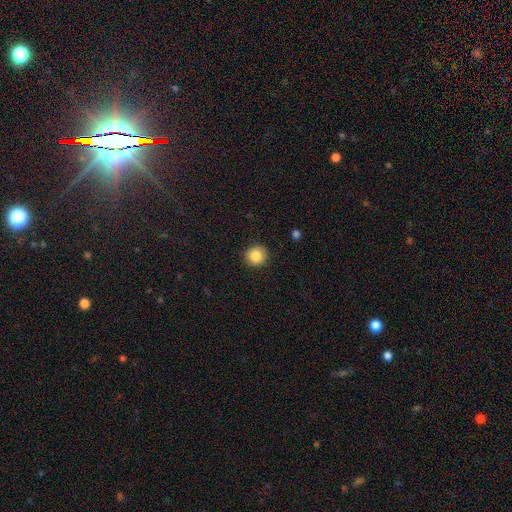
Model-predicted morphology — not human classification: Smooth or featured: smooth — 85% (star or artifact — 9%)
How rounded: round — 92% (in between — 7%)
Merging: none — 91% (minor disturbance — 7%)